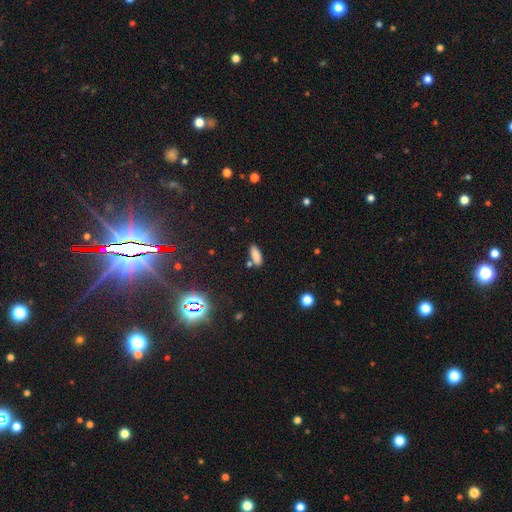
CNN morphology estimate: The model was most divided on "how rounded": in between: 71%, cigar-shaped: 26%, round: 3%. More confident: smooth or featured — smooth (82%); merging — none (77%).